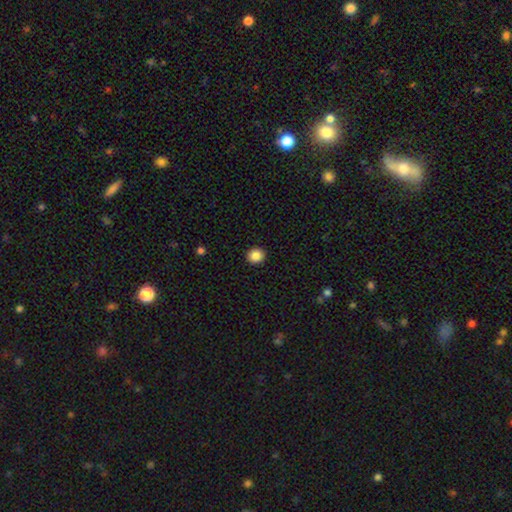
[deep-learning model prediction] Morphology: type=smooth (87%); roundness=round (87%); merging=none (93%).